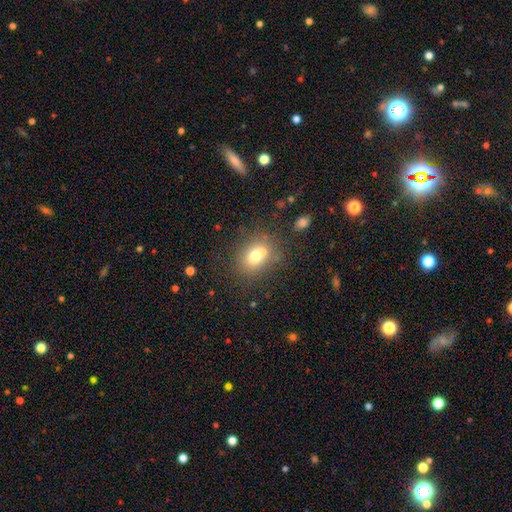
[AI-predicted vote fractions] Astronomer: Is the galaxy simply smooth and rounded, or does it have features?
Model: smooth — 71%.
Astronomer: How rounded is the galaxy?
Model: in between — 56% (runner-up: round, 43%).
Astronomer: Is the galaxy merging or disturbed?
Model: none — 59%.